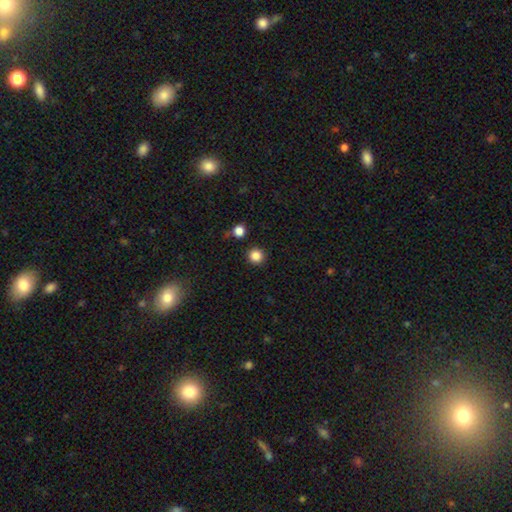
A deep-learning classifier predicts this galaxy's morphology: smooth-or-featured: smooth: 85% | star or artifact: 12% | featured or disk: 3%
  how-rounded: round: 95% | in between: 4% | cigar-shaped: 1%
  merging: none: 91% | minor disturbance: 5% | merger: 2% | major disturbance: 2%